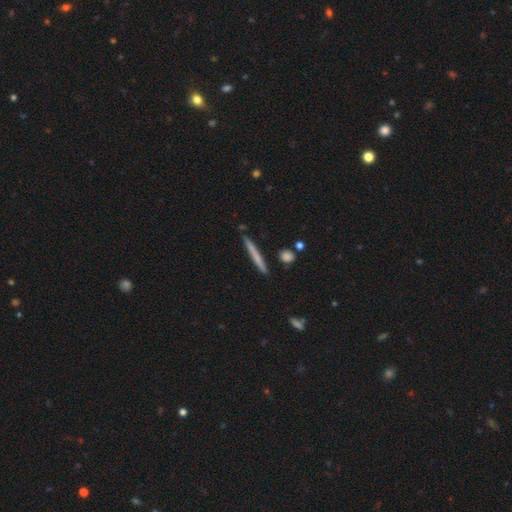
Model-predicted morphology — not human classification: smooth-or-featured: smooth: 62% | featured or disk: 32% | star or artifact: 6%
  how-rounded: cigar-shaped: 96% | in between: 2% | round: 2%
  merging: none: 88% | minor disturbance: 8% | merger: 2% | major disturbance: 1%